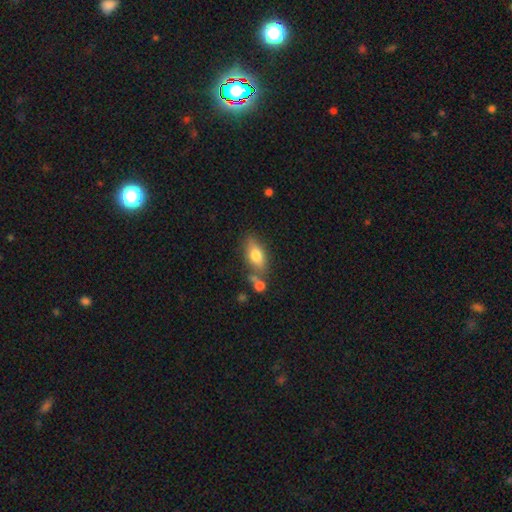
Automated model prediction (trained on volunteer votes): Smooth or featured: smooth — 72% (featured or disk — 20%)
How rounded: in between — 83% (cigar-shaped — 10%)
Merging: none — 64% (minor disturbance — 16%)